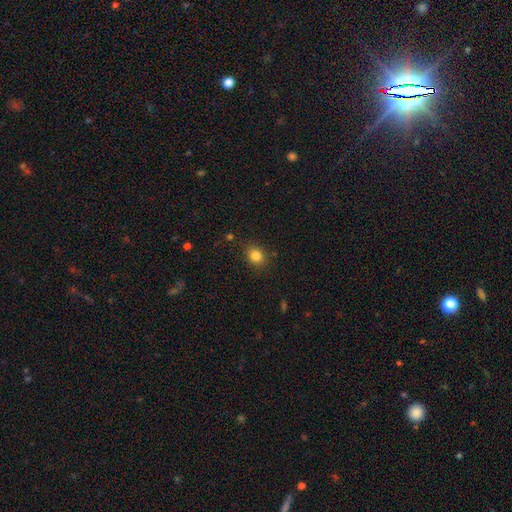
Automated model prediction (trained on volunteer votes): Overall: smooth (83%). How rounded: round (67%; in between 33%). Merging: none (86%).